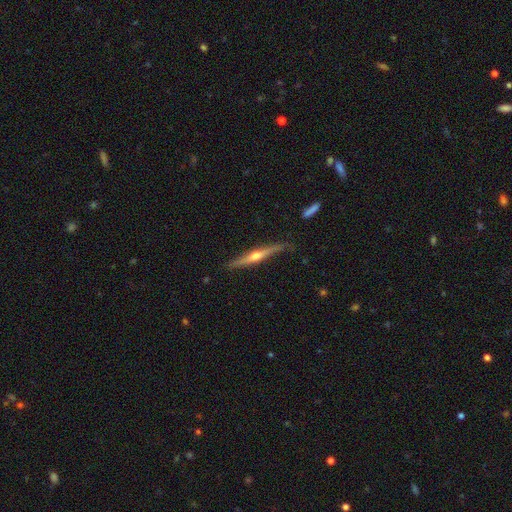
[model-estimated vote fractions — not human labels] Smooth or featured? Predicted: featured or disk (p=0.72). Edge-on disk? Predicted: yes (p=0.97). Edge-on bulge? Predicted: rounded (p=0.90). Merging? Predicted: none (p=0.79).